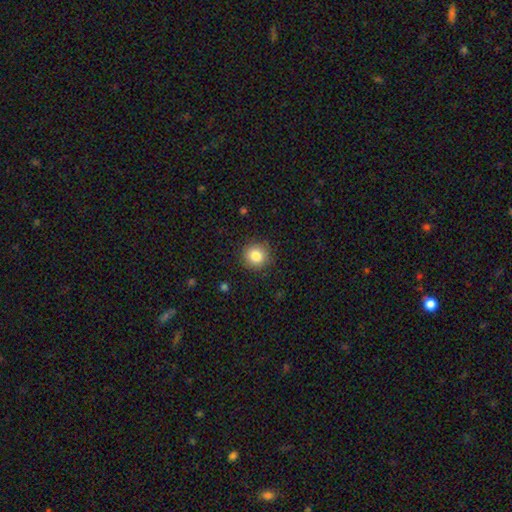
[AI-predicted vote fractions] The model was most divided on "smooth or featured": smooth: 83%, star or artifact: 10%, featured or disk: 7%. More confident: how rounded — round (93%); merging — none (90%).